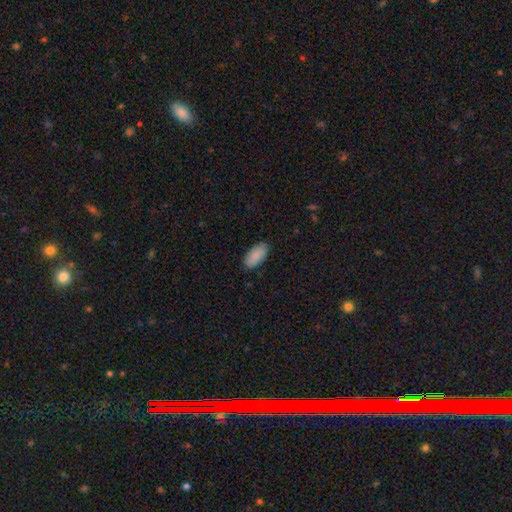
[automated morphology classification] Q: Smooth or featured?
A: smooth (90%); runner-up: star or artifact (6%)
Q: How rounded?
A: in between (93%); runner-up: cigar-shaped (6%)
Q: Merging?
A: none (87%); runner-up: minor disturbance (10%)